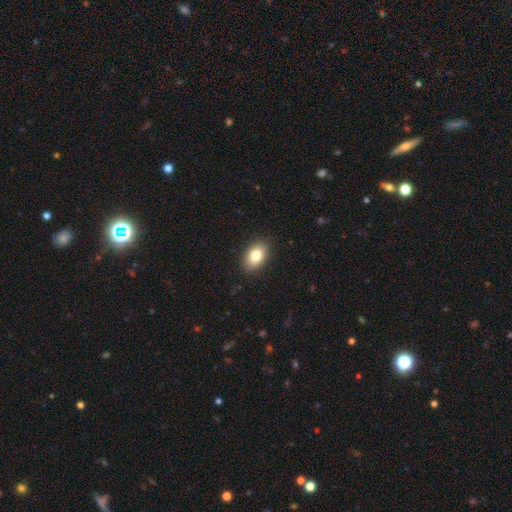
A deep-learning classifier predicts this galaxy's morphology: Q: Smooth or featured?
A: smooth (82%); runner-up: featured or disk (10%)
Q: How rounded?
A: in between (87%); runner-up: round (11%)
Q: Merging?
A: none (89%); runner-up: minor disturbance (8%)